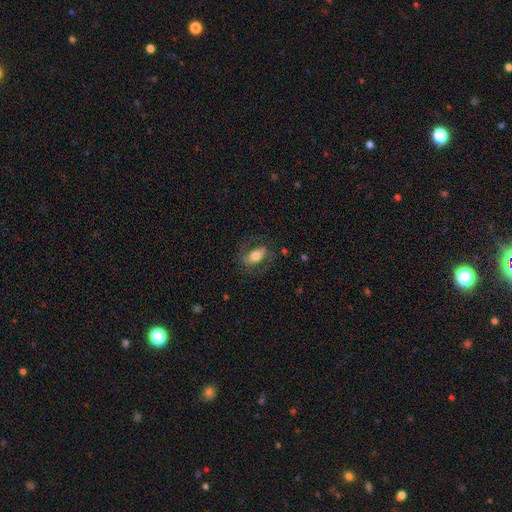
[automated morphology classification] Smooth or featured: featured or disk — 50% (smooth — 43%)
Edge-on disk: no — 87% (yes — 13%)
Merging: none — 68% (minor disturbance — 17%)